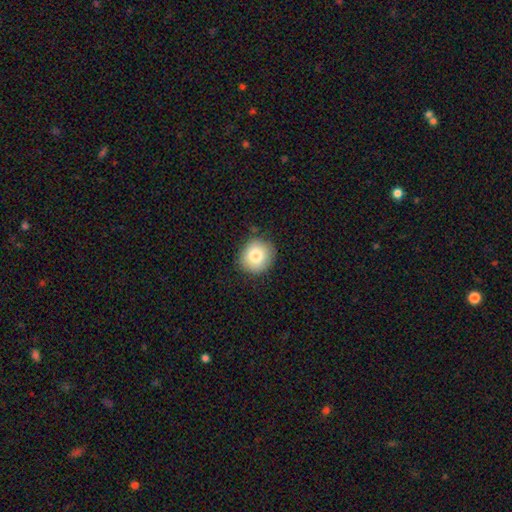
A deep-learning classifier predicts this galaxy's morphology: type=smooth (81%); roundness=round (88%); merging=none (85%).